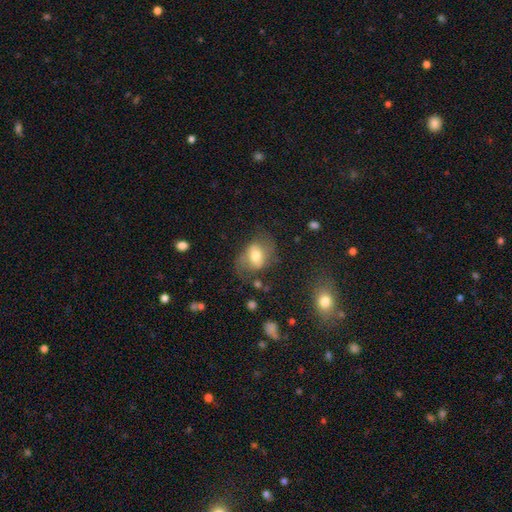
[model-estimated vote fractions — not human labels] This appears to be a smooth galaxy with no disk features (50%) that is in between round and cigar-shaped (69%). Merging: none (52%).